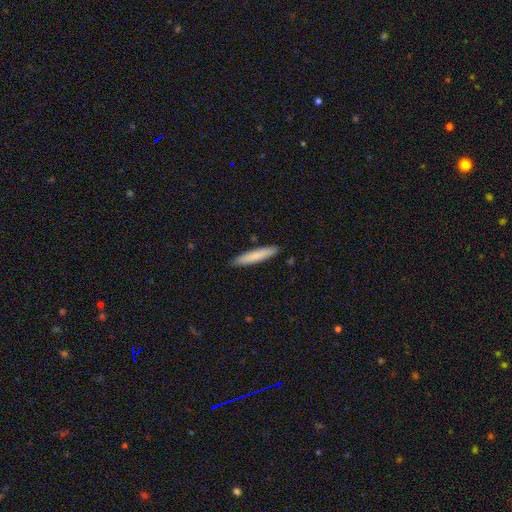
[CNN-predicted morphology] type=smooth (80%); roundness=cigar-shaped (91%); merging=none (89%).